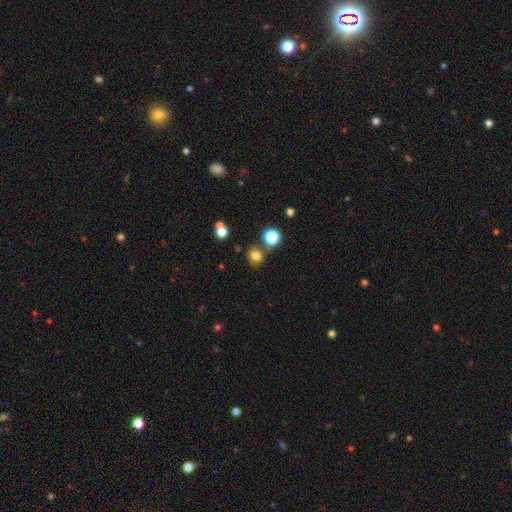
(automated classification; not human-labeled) This is likely a smooth galaxy (76%). How rounded: clearly round (81%). Merging: likely none (76%).